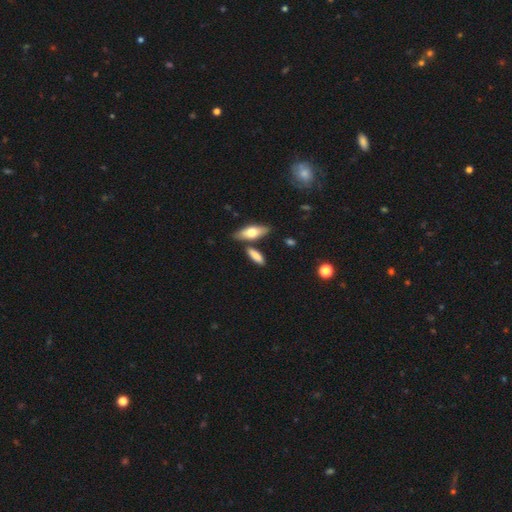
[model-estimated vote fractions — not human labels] Q: Smooth or featured?
A: smooth (78%); runner-up: featured or disk (16%)
Q: How rounded?
A: in between (58%); runner-up: cigar-shaped (39%)
Q: Merging?
A: none (71%); runner-up: minor disturbance (13%)